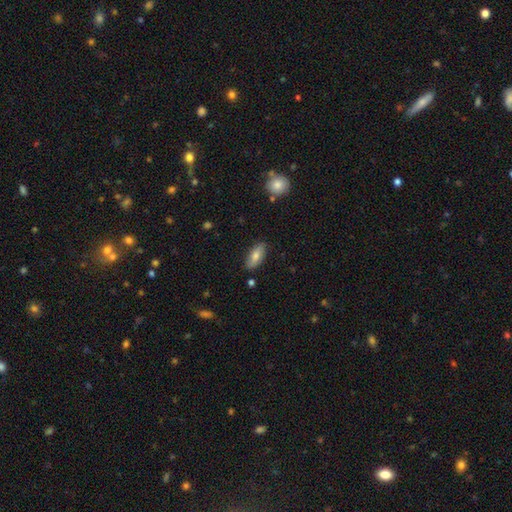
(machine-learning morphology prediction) smooth_or_featured: smooth (p=0.72) [alt: featured or disk p=0.20]
how_rounded: in between (p=0.82) [alt: cigar-shaped p=0.16]
merging: none (p=0.84) [alt: minor disturbance p=0.12]